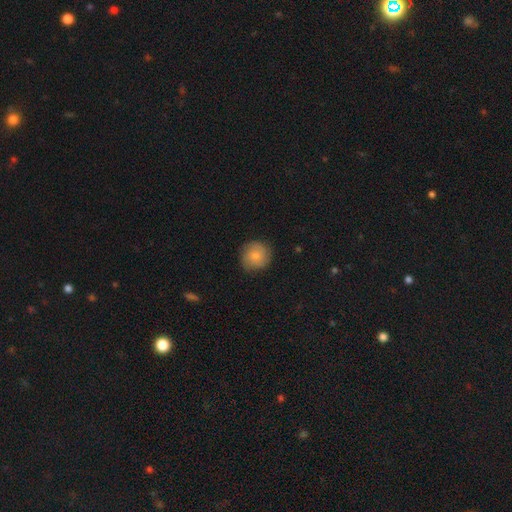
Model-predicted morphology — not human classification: smooth_or_featured: smooth (p=0.73) [alt: featured or disk p=0.20]
how_rounded: round (p=0.91) [alt: in between p=0.08]
merging: none (p=0.82) [alt: minor disturbance p=0.14]